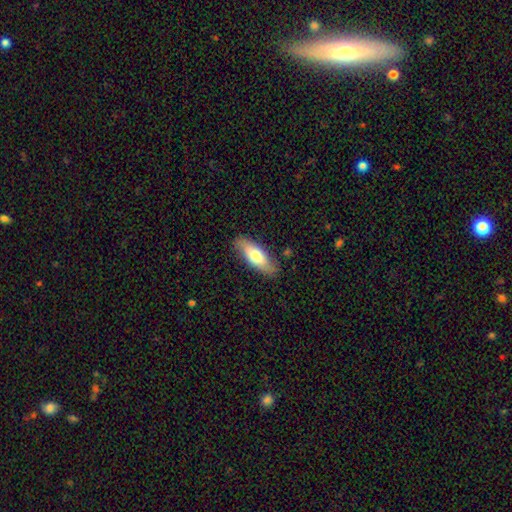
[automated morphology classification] Smooth or featured? Predicted: smooth (p=0.67). How rounded? Predicted: in between (p=0.68). Merging? Predicted: none (p=0.83).